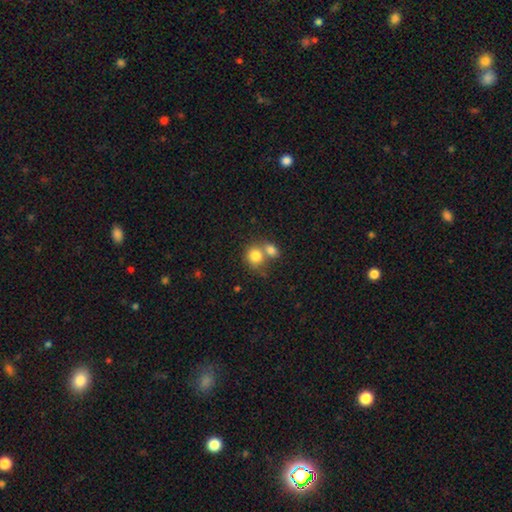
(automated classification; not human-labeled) smooth_or_featured: smooth (p=0.80) [alt: featured or disk p=0.10]
how_rounded: round (p=0.74) [alt: in between p=0.25]
merging: merger (p=0.55) [alt: none p=0.34]